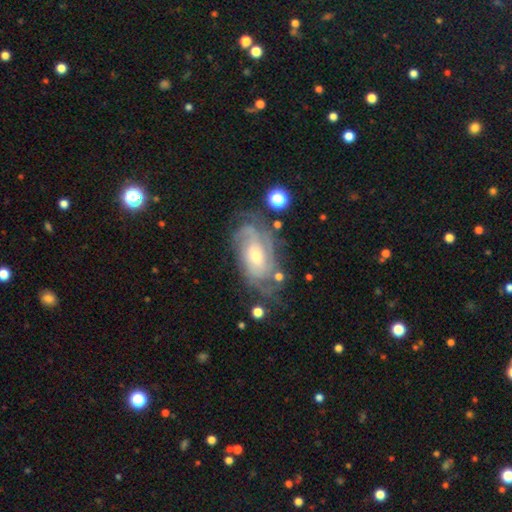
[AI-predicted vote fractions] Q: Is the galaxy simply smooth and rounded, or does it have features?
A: featured or disk — 85%.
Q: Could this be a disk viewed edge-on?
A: no — 95%.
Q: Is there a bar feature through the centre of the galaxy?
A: no — 62%.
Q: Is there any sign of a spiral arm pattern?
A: yes — 95%.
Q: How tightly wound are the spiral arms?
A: tight — 66%.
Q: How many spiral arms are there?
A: can't tell — 38%.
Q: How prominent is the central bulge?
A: small — 48%.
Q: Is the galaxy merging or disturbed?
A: none — 66%.